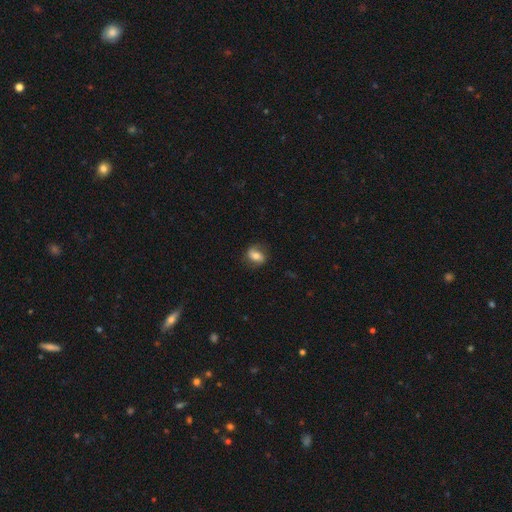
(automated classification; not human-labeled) Morphology: type=smooth (57%); roundness=in between (70%); merging=none (74%).